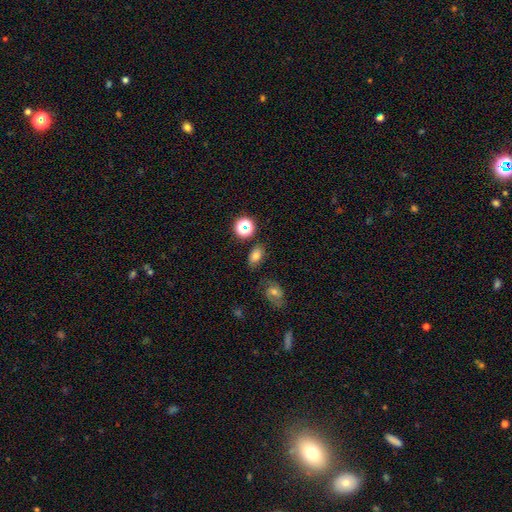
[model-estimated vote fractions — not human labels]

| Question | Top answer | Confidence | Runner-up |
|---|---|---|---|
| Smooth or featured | smooth | 72% | star or artifact (17%) |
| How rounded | in between | 83% | round (16%) |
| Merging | none | 77% | minor disturbance (14%) |